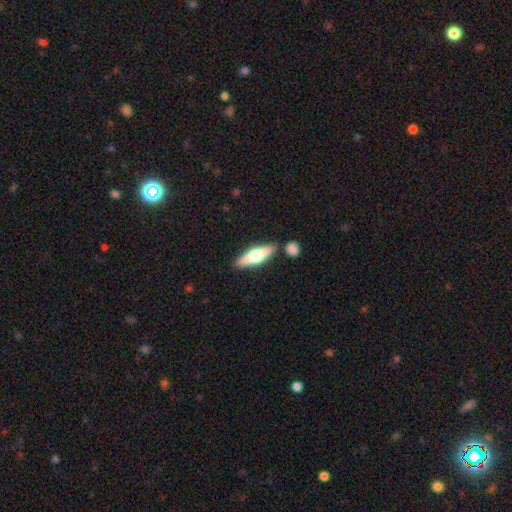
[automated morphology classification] Smooth or featured: featured or disk — 55% (smooth — 40%)
Edge-on disk: yes — 94% (no — 6%)
Edge-on bulge: rounded — 94% (boxy — 4%)
Merging: none — 82% (minor disturbance — 9%)